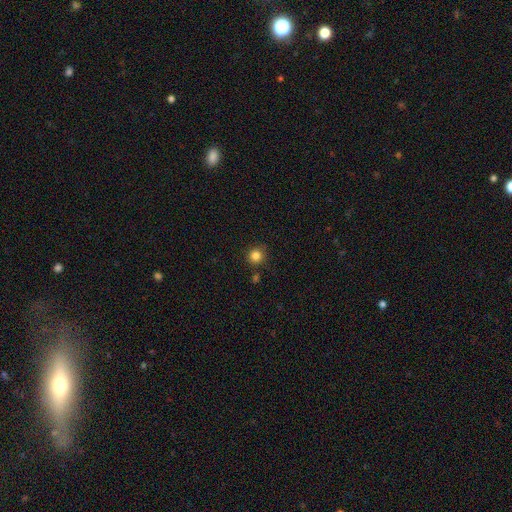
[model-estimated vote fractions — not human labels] Smooth or featured? Predicted: smooth (p=0.84). How rounded? Predicted: round (p=0.94). Merging? Predicted: none (p=0.86).